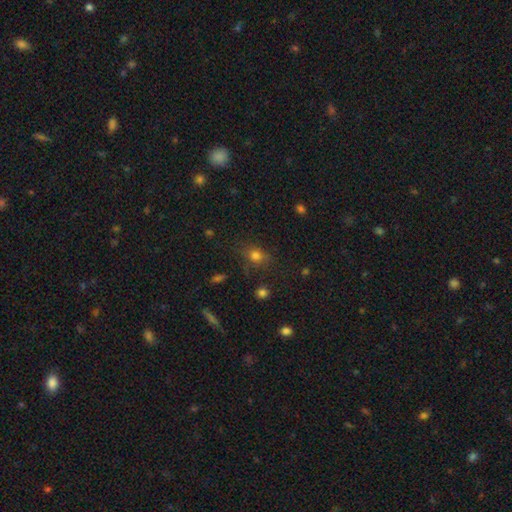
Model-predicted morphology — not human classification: This is likely a smooth galaxy (75%). How rounded: likely round (61%). Merging: likely none (74%).